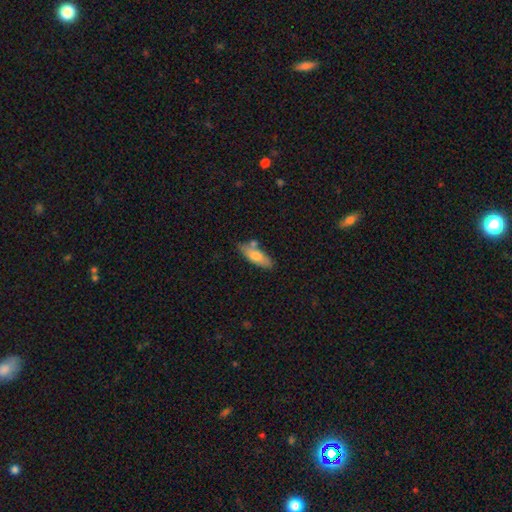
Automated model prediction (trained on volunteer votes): The model was most divided on "how rounded": in between: 66%, cigar-shaped: 32%, round: 2%. More confident: smooth or featured — smooth (70%); merging — none (67%).